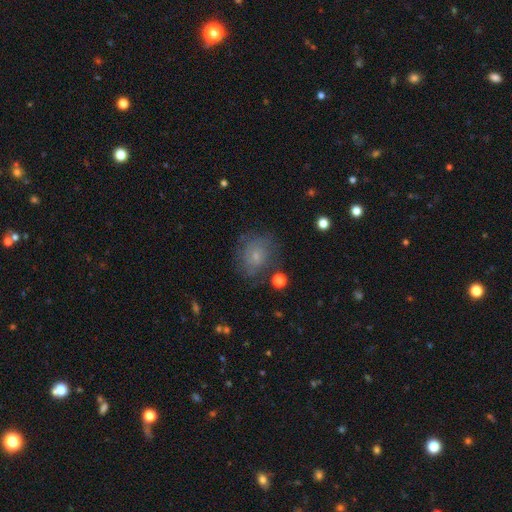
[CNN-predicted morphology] smooth-or-featured: smooth: 52% | featured or disk: 35% | star or artifact: 13%
  how-rounded: round: 64% | in between: 34% | cigar-shaped: 1%
  merging: none: 67% | minor disturbance: 20% | major disturbance: 11% | merger: 3%